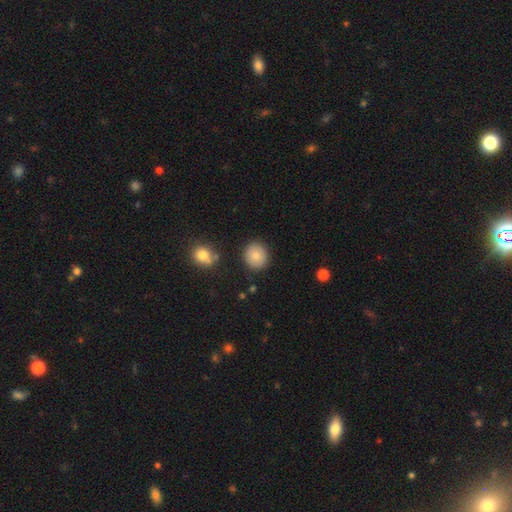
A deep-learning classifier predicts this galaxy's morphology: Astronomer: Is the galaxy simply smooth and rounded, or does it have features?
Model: smooth — 82%.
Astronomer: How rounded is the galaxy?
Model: round — 88%.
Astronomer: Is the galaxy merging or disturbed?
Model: none — 88%.